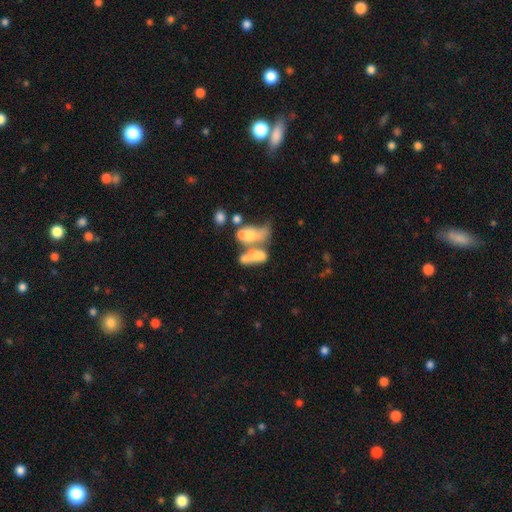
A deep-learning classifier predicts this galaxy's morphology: Smooth or featured?
  - smooth: 51% *
  - featured or disk: 37%
  - star or artifact: 12%
How rounded?
  - in between: 79% *
  - cigar-shaped: 11%
  - round: 10%
Merging?
  - merger: 65% *
  - major disturbance: 15%
  - none: 12%
  - minor disturbance: 8%